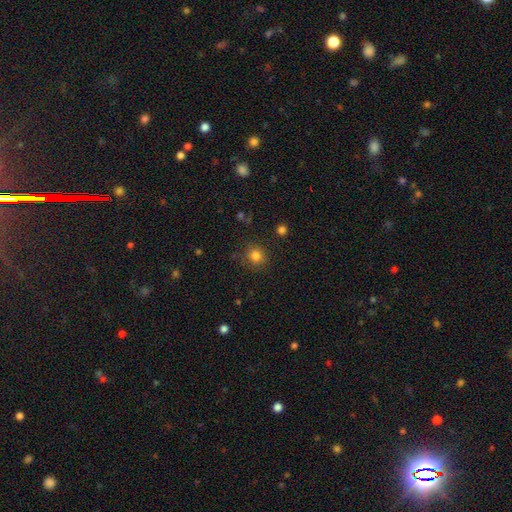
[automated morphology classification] Overall: smooth (82%). How rounded: round (88%). Merging: none (84%).